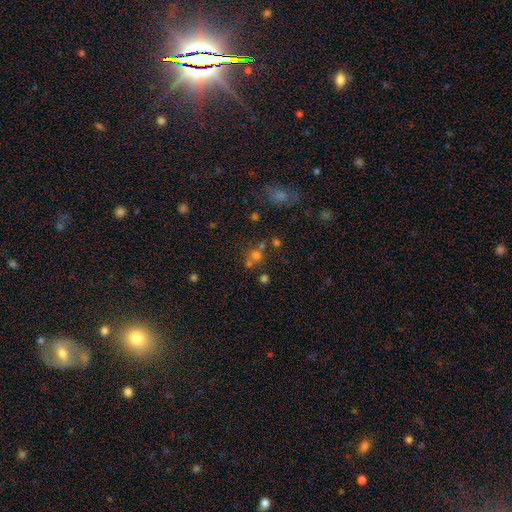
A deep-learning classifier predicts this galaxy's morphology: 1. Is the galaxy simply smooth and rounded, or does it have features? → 59% smooth, 28% star or artifact, 13% featured or disk.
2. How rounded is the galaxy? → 85% round, 14% in between, 1% cigar-shaped.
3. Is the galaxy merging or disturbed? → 54% none, 33% merger, 8% minor disturbance, 4% major disturbance.